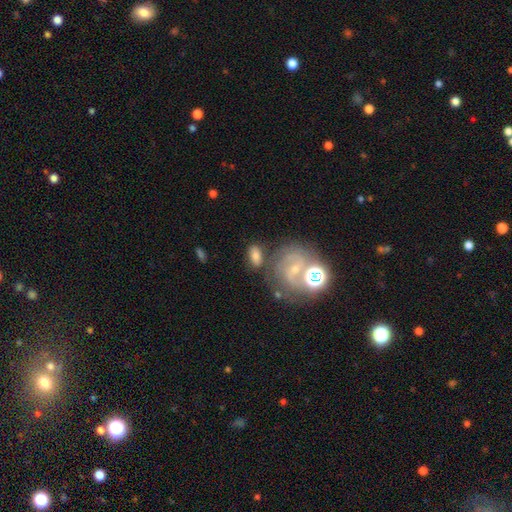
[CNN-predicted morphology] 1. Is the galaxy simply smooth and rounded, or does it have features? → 62% smooth, 26% featured or disk, 12% star or artifact.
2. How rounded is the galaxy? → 82% in between, 13% round, 5% cigar-shaped.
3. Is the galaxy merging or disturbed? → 63% none, 17% minor disturbance, 13% merger, 7% major disturbance.